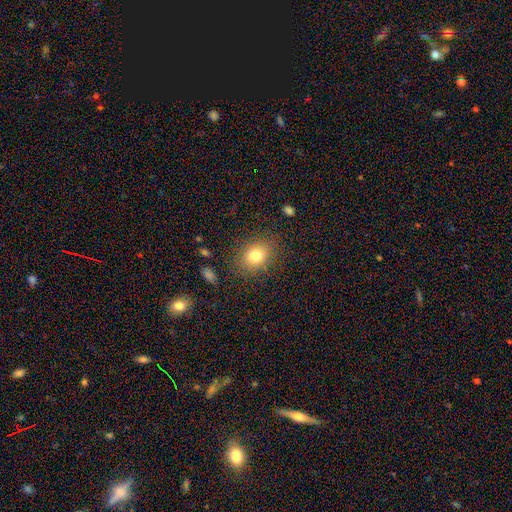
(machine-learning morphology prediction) Overall: smooth (78%). How rounded: in between (58%; round 41%). Merging: none (83%).